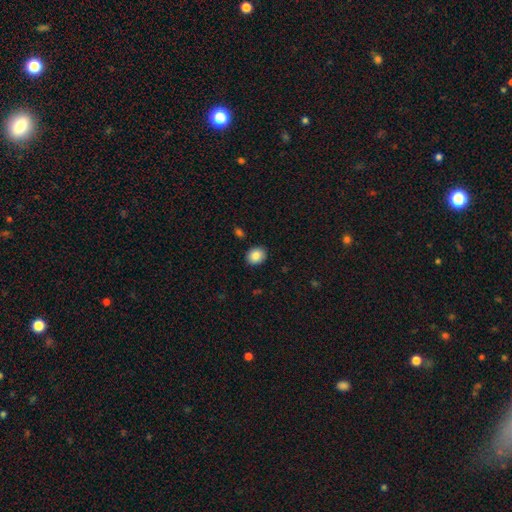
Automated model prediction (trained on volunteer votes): Overall: smooth (87%). How rounded: round (62%; in between 37%). Merging: none (88%).